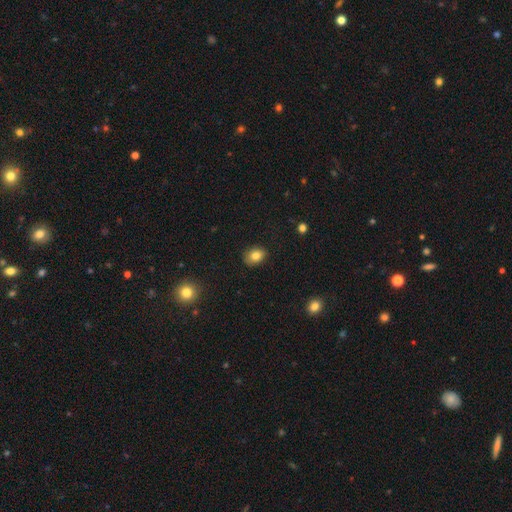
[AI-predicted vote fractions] A smooth galaxy with no disk features (82%) that is in between round and cigar-shaped (66%). Merging: none (83%).